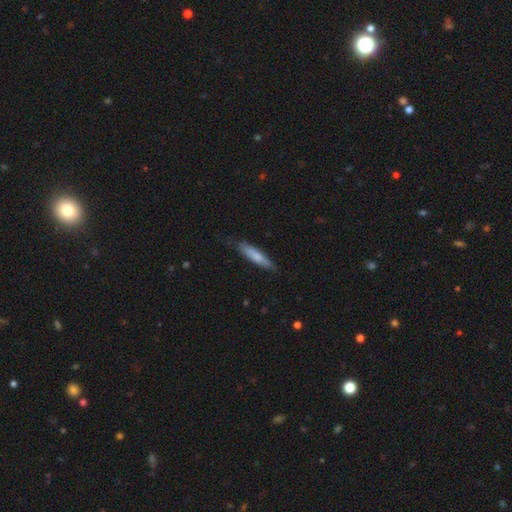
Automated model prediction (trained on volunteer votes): This is likely a smooth galaxy (75%). How rounded: clearly cigar-shaped (83%). Merging: likely none (78%).